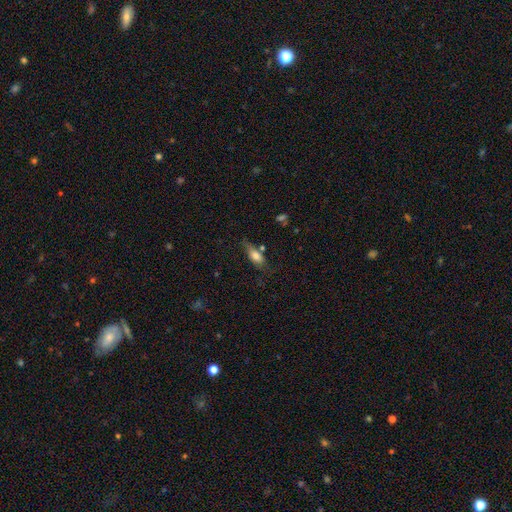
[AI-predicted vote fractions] Morphology: type=smooth (71%); roundness=in between (73%); merging=none (52%).